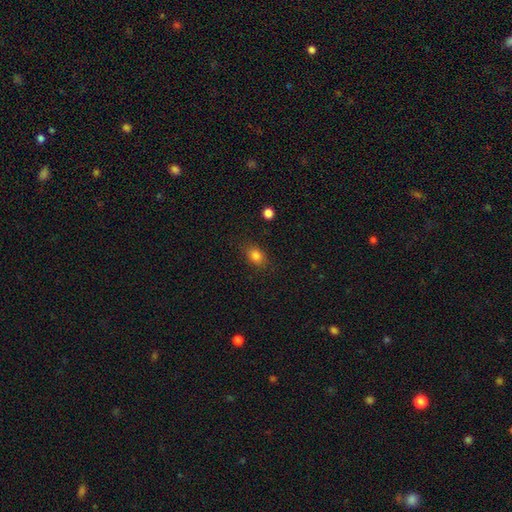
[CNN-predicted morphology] smooth-or-featured: smooth: 83% | star or artifact: 10% | featured or disk: 7%
  how-rounded: in between: 74% | round: 24% | cigar-shaped: 2%
  merging: none: 83% | minor disturbance: 12% | major disturbance: 3% | merger: 1%